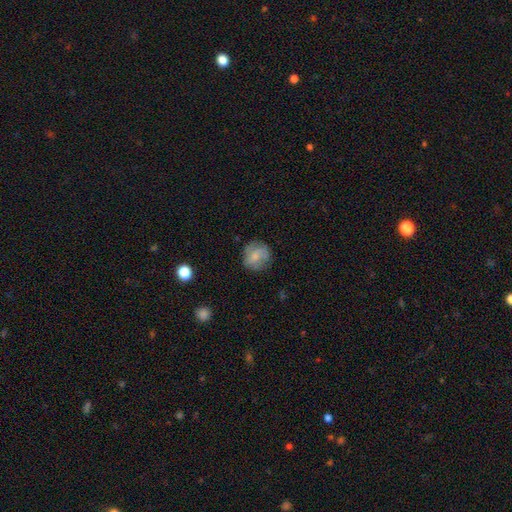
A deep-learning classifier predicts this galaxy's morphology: Q: Smooth or featured?
A: smooth (66%); runner-up: featured or disk (25%)
Q: How rounded?
A: round (83%); runner-up: in between (16%)
Q: Merging?
A: none (74%); runner-up: minor disturbance (18%)